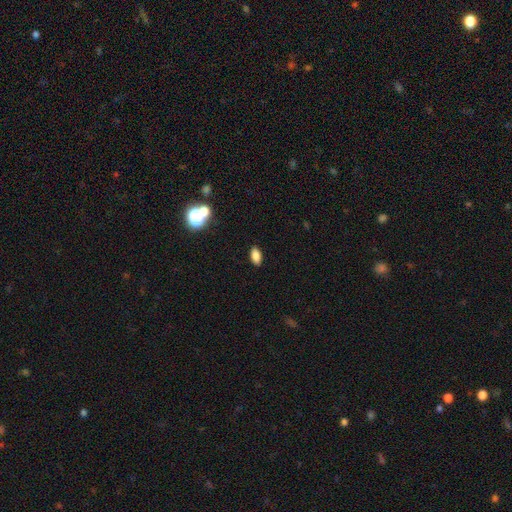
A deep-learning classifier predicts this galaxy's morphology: Smooth or featured? smooth (82%)
How rounded? in between (88%)
Merging? none (89%)